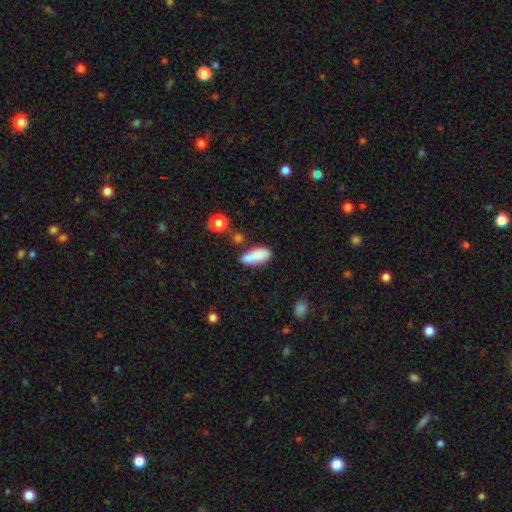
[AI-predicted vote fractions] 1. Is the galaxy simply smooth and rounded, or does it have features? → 83% smooth, 9% featured or disk, 8% star or artifact.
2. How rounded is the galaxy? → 79% in between, 18% cigar-shaped, 3% round.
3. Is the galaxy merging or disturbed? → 59% none, 20% minor disturbance, 15% merger, 6% major disturbance.